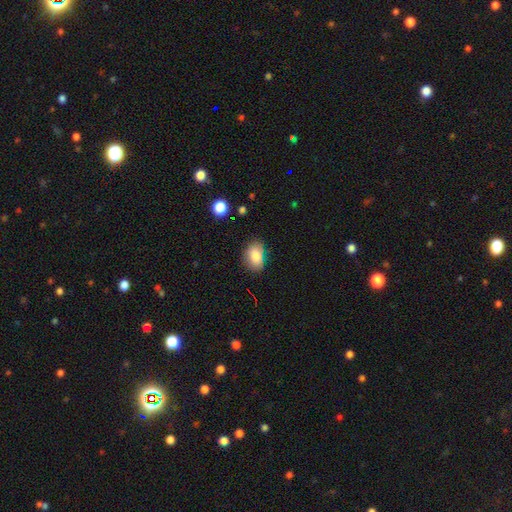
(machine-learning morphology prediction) Overall: smooth (82%). How rounded: in between (81%). Merging: none (73%).